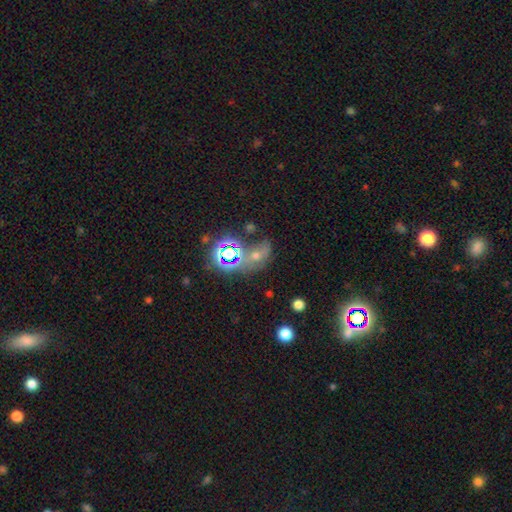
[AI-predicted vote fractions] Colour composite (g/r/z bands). It shows a star or artifact, not a galaxy (48%).